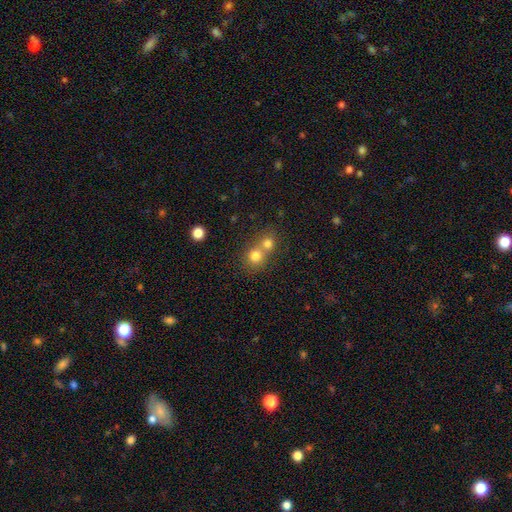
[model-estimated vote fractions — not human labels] A smooth galaxy with no disk features (77%) that is round (83%). Merging: merger (59%).